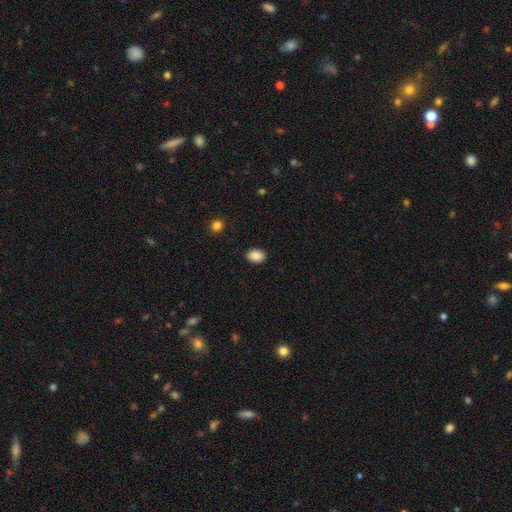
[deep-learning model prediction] Overall: smooth (89%). How rounded: in between (74%). Merging: none (90%).